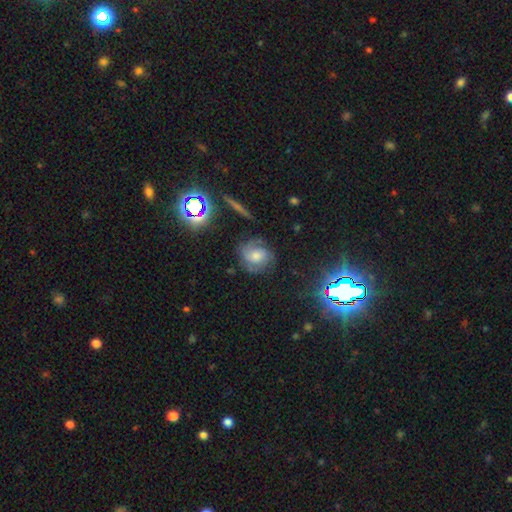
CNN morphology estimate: This appears to be a featured or disk galaxy (59%) with no bar (66%), 2 (34%) medium (44%) spiral arms (89%) and a moderate central bulge (47%). Merging: none (66%).